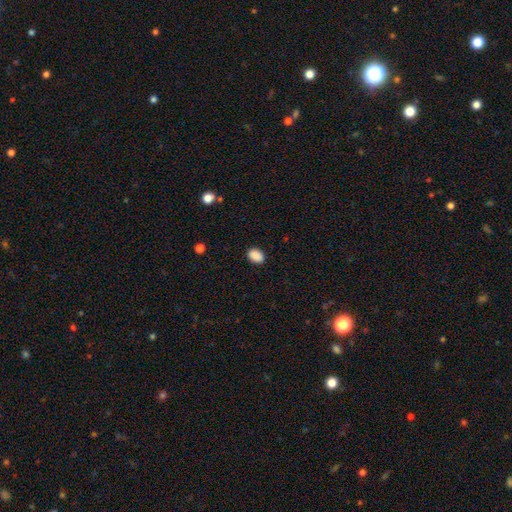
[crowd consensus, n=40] A smooth galaxy with no disk features (92%) that is in between round and cigar-shaped (92%).

Vote fractions:
- Smooth or featured? smooth: 92% / star or artifact: 8% / featured or disk: 0%
- How rounded? in between: 92% / round: 8% / cigar-shaped: 0%
- Merging? none: 92% / minor disturbance: 5% / major disturbance: 3% / merger: 0%